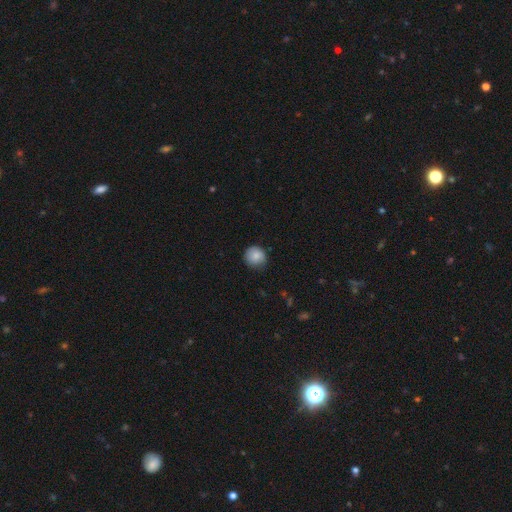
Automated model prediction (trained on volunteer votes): Smooth or featured?
  - smooth: 83% *
  - featured or disk: 9%
  - star or artifact: 8%
How rounded?
  - round: 90% *
  - in between: 9%
  - cigar-shaped: 1%
Merging?
  - none: 77% *
  - minor disturbance: 18%
  - major disturbance: 3%
  - merger: 1%